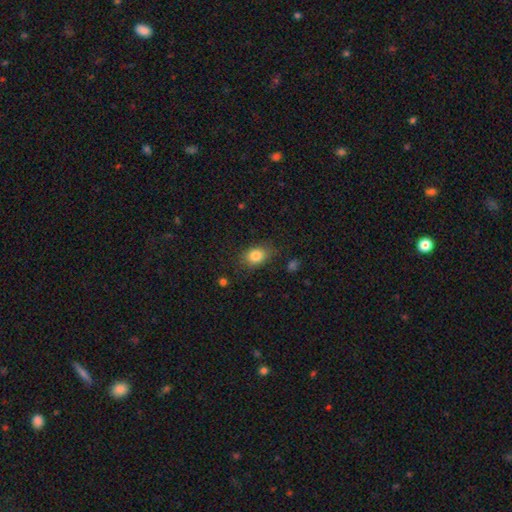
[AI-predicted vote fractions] A smooth galaxy with no disk features (83%) that is in between round and cigar-shaped (67%).

Vote fractions:
- Smooth or featured? smooth: 83% / star or artifact: 9% / featured or disk: 7%
- How rounded? in between: 67% / round: 32% / cigar-shaped: 1%
- Merging? none: 77% / minor disturbance: 17% / major disturbance: 4% / merger: 2%